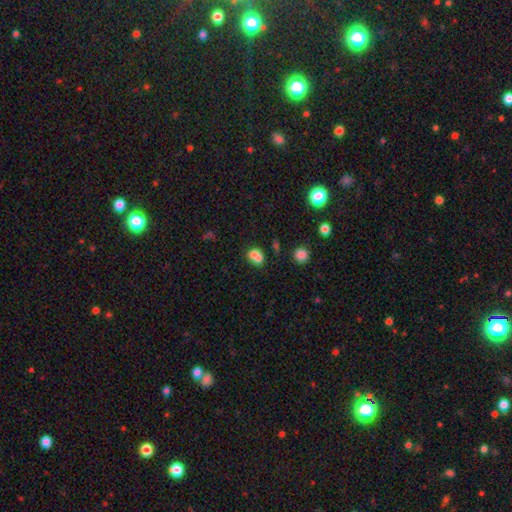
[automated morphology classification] Smooth or featured? smooth (76%)
How rounded? in between (53%)
Merging? merger (50%)